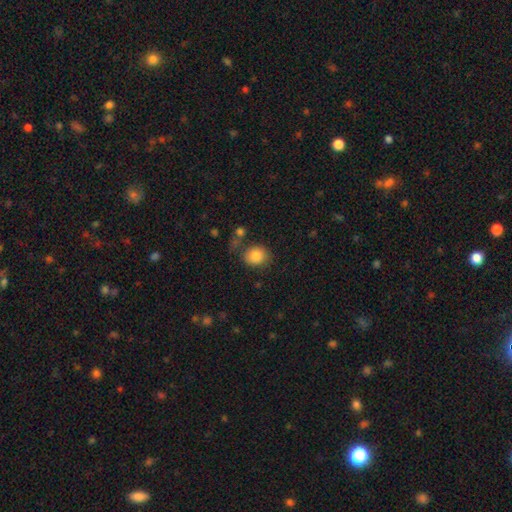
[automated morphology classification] Overall: smooth (84%). How rounded: round (70%). Merging: none (72%).